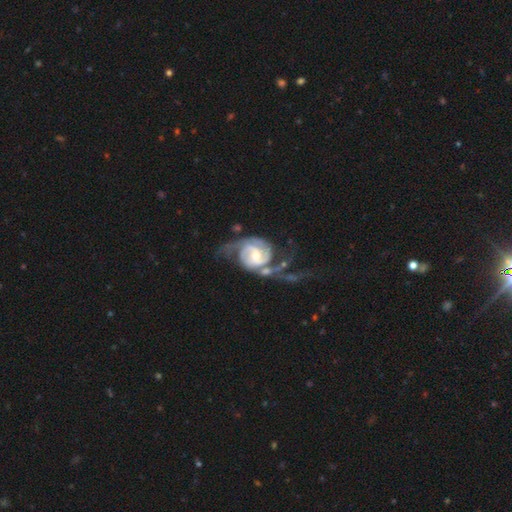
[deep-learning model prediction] The model was most divided on "bar" (2-way tie): weak: 42%, no: 42%, strong: 17%. Remaining: edge-on disk — no (98%); spiral arms — yes (97%); smooth or featured — featured or disk (91%); spiral arm count — 2 (78%); bulge size — moderate (52%); spiral winding — medium (41%); merging — none (38%).